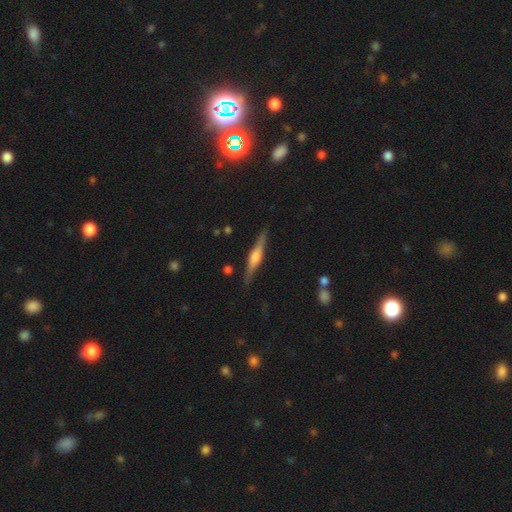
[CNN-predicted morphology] Smooth or featured? featured or disk (68%)
Edge-on disk? yes (97%)
Edge-on bulge? rounded (72%)
Merging? none (86%)